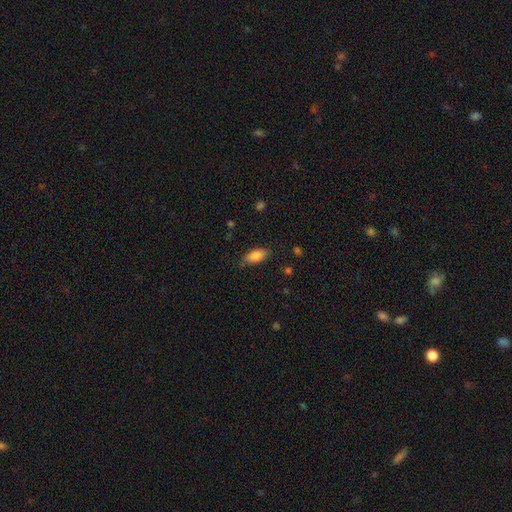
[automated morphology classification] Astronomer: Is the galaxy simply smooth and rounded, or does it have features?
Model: smooth — 82%.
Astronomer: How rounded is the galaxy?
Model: in between — 84%.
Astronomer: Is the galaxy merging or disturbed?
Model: none — 79%.